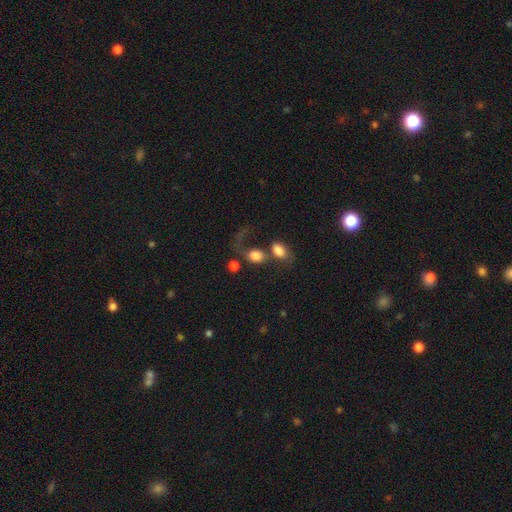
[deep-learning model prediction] smooth_or_featured: smooth (p=0.74) [alt: featured or disk p=0.16]
how_rounded: in between (p=0.51) [alt: round p=0.46]
merging: merger (p=0.43) [alt: none p=0.24]